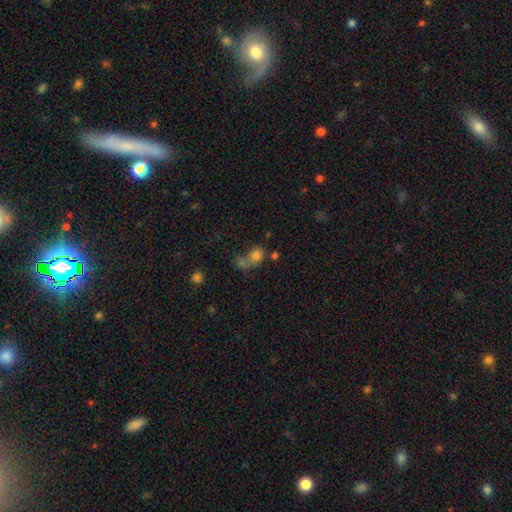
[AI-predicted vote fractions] Smooth or featured: smooth — 42% (star or artifact — 35%)
Merging: none — 40% (merger — 32%)